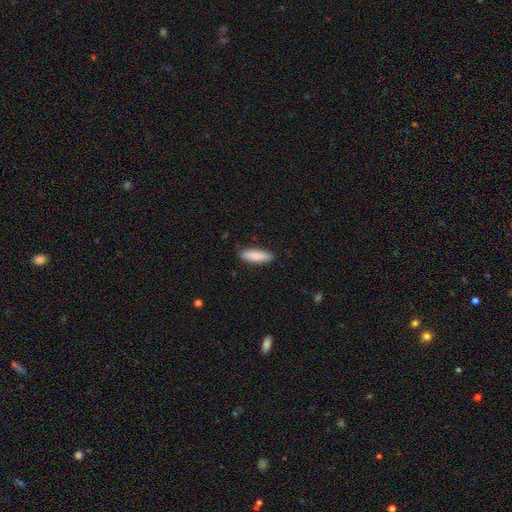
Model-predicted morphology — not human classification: Smooth or featured?
  - smooth: 89% *
  - featured or disk: 6%
  - star or artifact: 6%
How rounded?
  - in between: 51% *
  - cigar-shaped: 48%
  - round: 2%
Merging?
  - none: 87% *
  - minor disturbance: 10%
  - major disturbance: 2%
  - merger: 1%